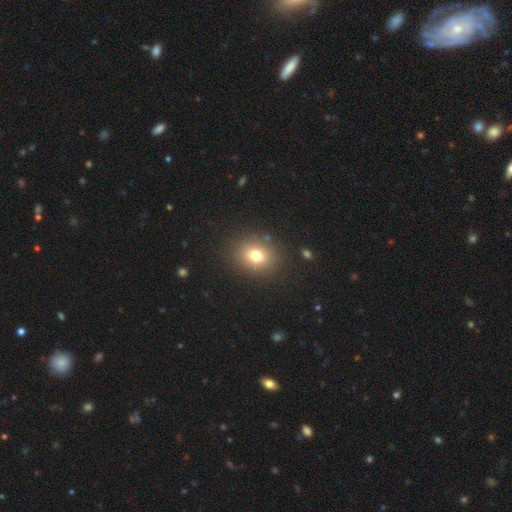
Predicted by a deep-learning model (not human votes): Smooth or featured? Predicted: smooth (p=0.75). How rounded? Predicted: round (p=0.64). Merging? Predicted: none (p=0.87).